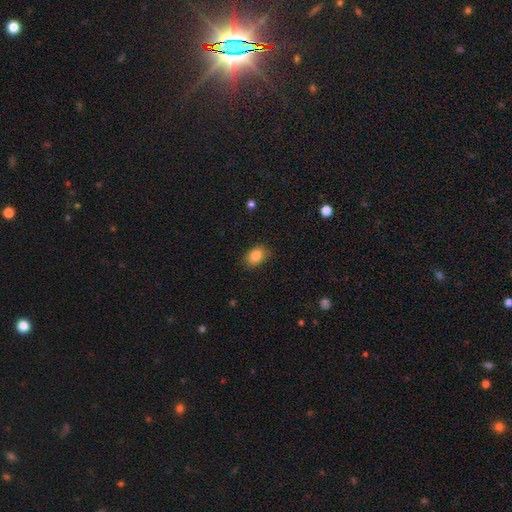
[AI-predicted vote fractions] The model was most divided on "how rounded": in between: 77%, round: 22%, cigar-shaped: 1%. More confident: smooth or featured — smooth (85%); merging — none (81%).